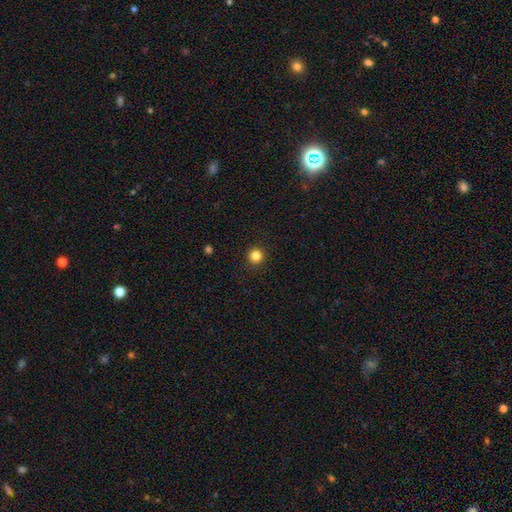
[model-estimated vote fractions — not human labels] Morphology: type=smooth (84%); roundness=round (96%); merging=none (93%).